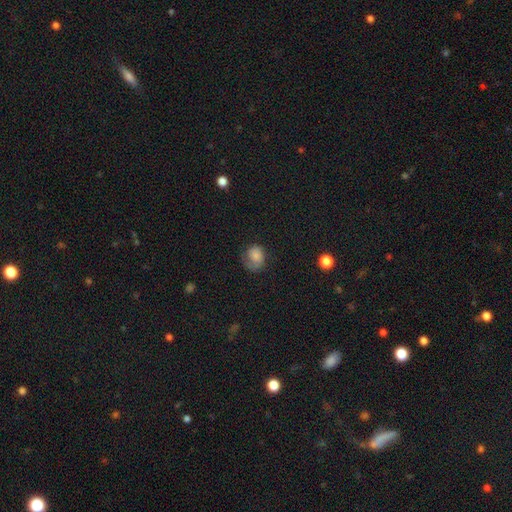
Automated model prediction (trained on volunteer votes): A smooth galaxy with no disk features (65%) that is round (58%). Merging: none (45%).